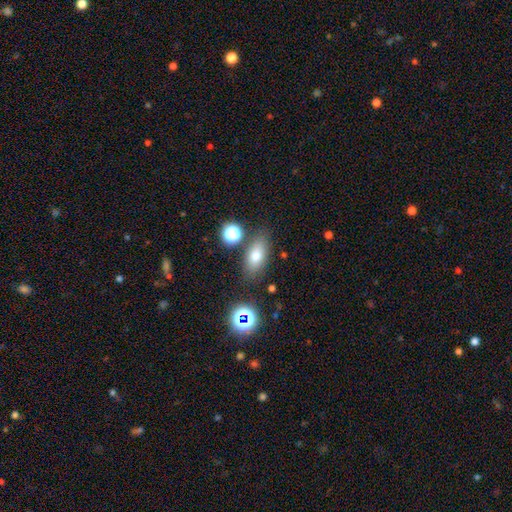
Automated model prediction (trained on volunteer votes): This is likely a smooth galaxy (72%). How rounded: clearly in between (80%). Merging: likely none (78%).